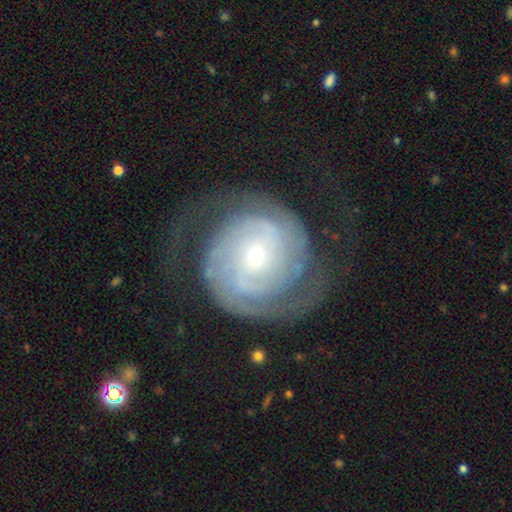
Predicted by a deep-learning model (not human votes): featured or disk 87%, smooth 7%, star or artifact 6%. Down the decision tree: edge-on disk — no (97%); bar — no (59%); spiral arms — yes (97%); spiral arm count — 2 (63%); spiral winding — tight (64%); bulge size — small (73%); merging — none (68%).